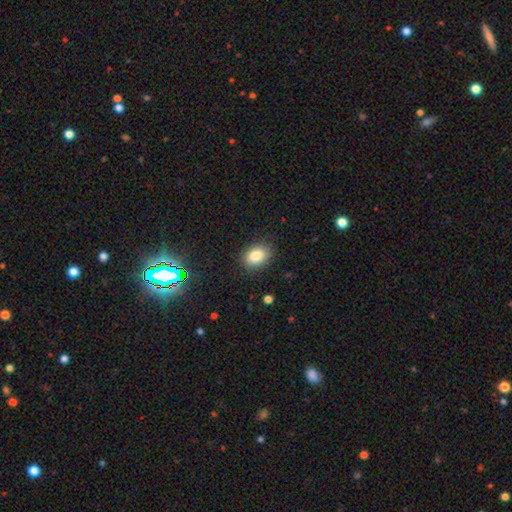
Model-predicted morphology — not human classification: This is clearly a smooth galaxy (84%). How rounded: likely in between (79%). Merging: clearly none (85%).